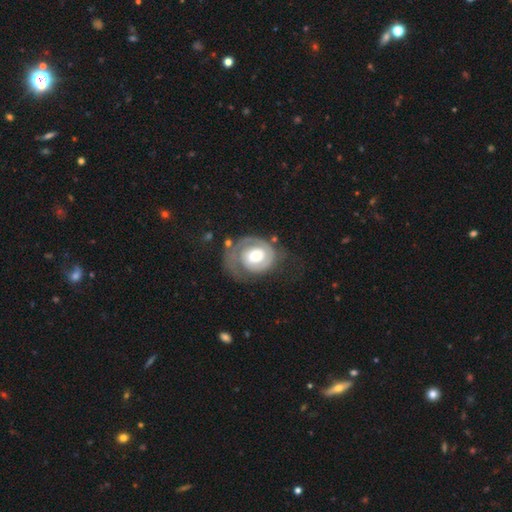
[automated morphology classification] Overall: featured or disk (80%). Edge-on disk: no (97%). Bar: no (64%; weak 29%). Spiral arms: yes (88%). Spiral arm count: 1 (51%; 2 29%). Spiral winding: tight (68%). Bulge size: moderate (66%). Merging: none (48%; major disturbance 27%).